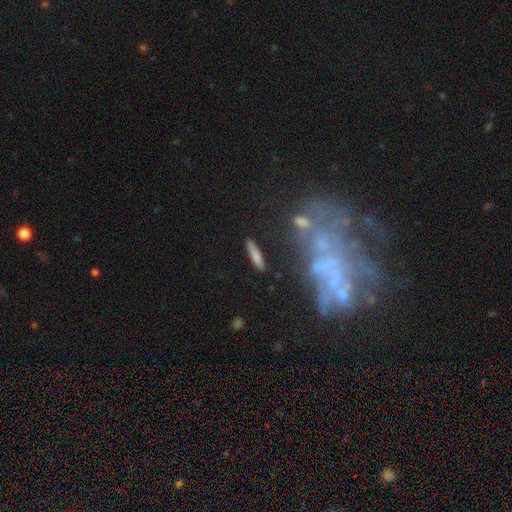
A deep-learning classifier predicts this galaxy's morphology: smooth_or_featured: smooth (p=0.74) [alt: featured or disk p=0.18]
how_rounded: cigar-shaped (p=0.83) [alt: in between p=0.15]
merging: none (p=0.86) [alt: minor disturbance p=0.09]